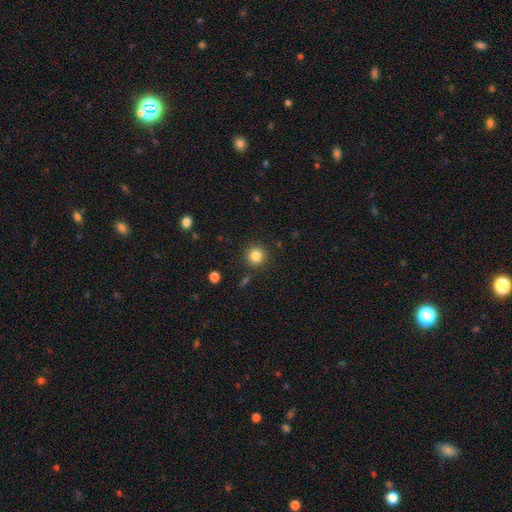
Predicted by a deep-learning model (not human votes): smooth 84%, star or artifact 11%, featured or disk 5%. Down the decision tree: how rounded — round (93%); merging — none (89%).